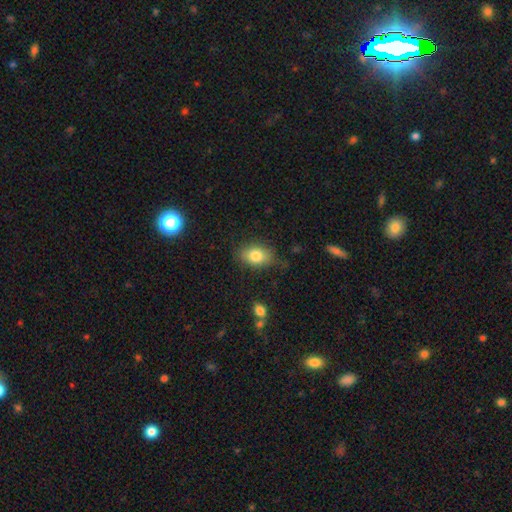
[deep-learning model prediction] Morphology: type=smooth (80%); roundness=in between (81%); merging=none (73%).